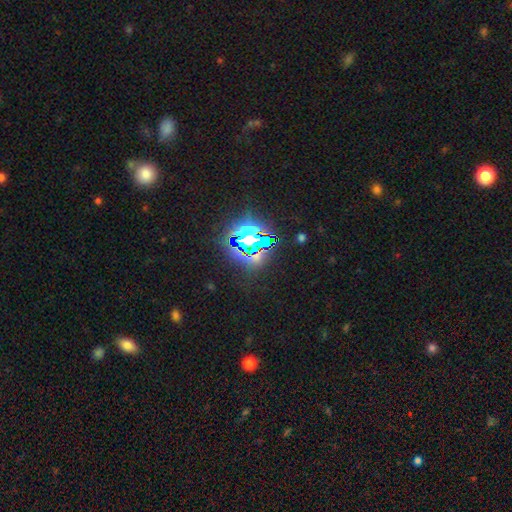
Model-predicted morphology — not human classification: Smooth or featured? Predicted: star or artifact (p=0.79).